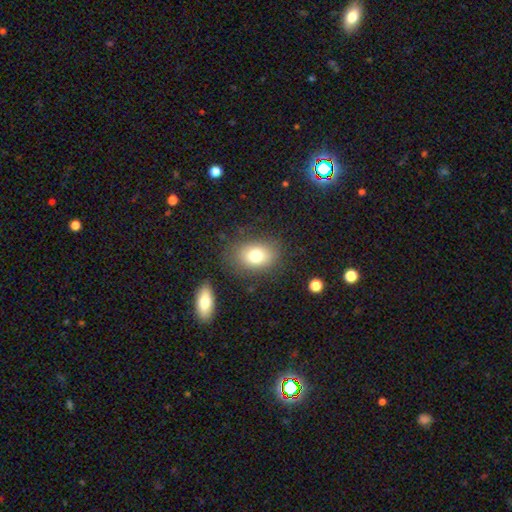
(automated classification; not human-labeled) smooth 76%, featured or disk 13%, star or artifact 11%. Down the decision tree: how rounded — in between (66%); merging — none (80%).